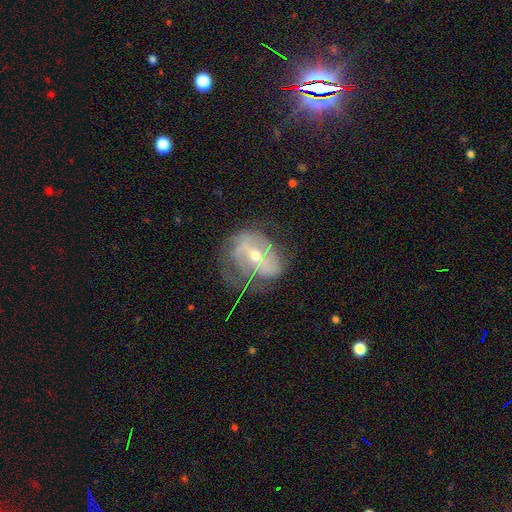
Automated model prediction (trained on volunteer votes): The model was most divided on "bulge size": small: 49%, moderate: 47%, large: 2%, none: 1%, dominant: 1%. Remaining: edge-on disk — no (95%); smooth or featured — featured or disk (75%); spiral arms — yes (74%); merging — none (47%); spiral arm count — 2 (46%); spiral winding — medium (39%); bar — weak (38%).